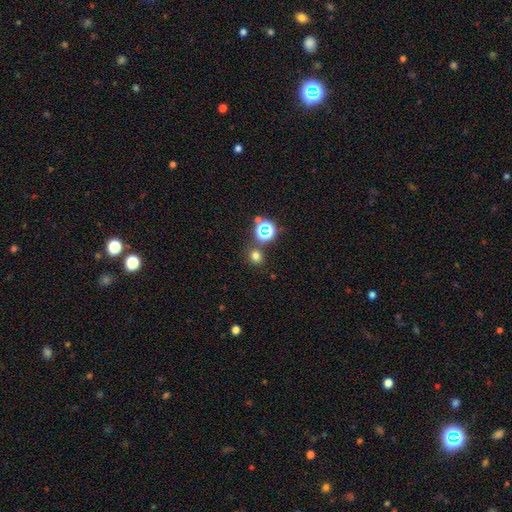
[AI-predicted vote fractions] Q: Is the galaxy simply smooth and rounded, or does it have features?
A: smooth — 70%.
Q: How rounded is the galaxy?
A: round — 79%.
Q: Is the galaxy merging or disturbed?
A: none — 79%.